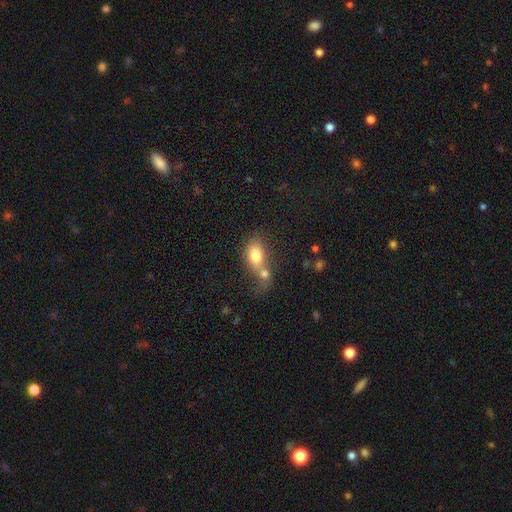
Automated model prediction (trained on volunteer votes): This is likely a smooth galaxy (76%). How rounded: likely in between (75%). Merging: possibly merger (57%).